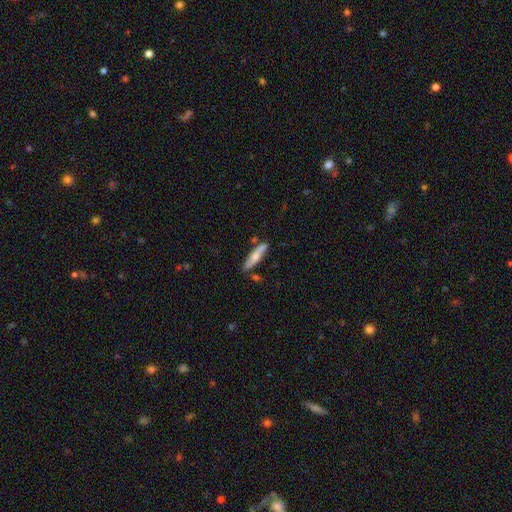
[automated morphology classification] This is possibly a smooth galaxy (59%). How rounded: likely cigar-shaped (79%). Merging: likely none (74%).